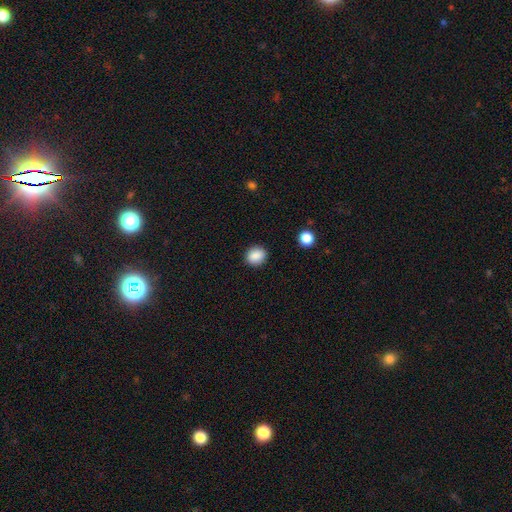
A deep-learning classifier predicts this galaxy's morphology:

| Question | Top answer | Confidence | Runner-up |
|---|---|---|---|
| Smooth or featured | smooth | 88% | star or artifact (9%) |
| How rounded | round | 74% | in between (25%) |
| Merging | none | 90% | minor disturbance (7%) |